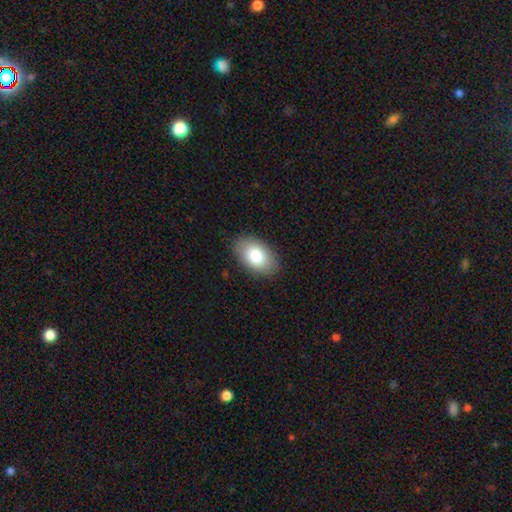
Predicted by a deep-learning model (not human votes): Smooth or featured? smooth (83%)
How rounded? in between (92%)
Merging? none (86%)